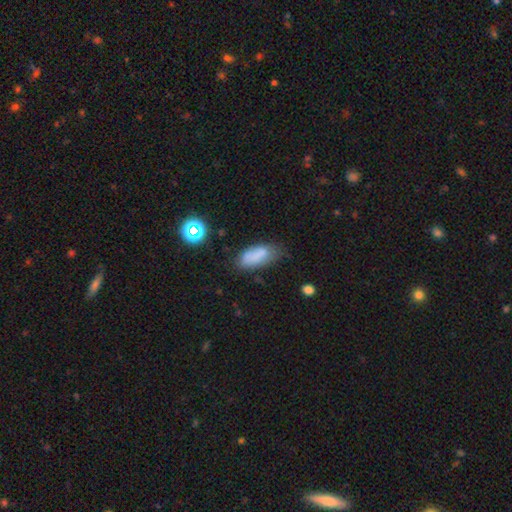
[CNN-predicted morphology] This is likely a smooth galaxy (77%). How rounded: clearly in between (83%). Merging: possibly none (55%).